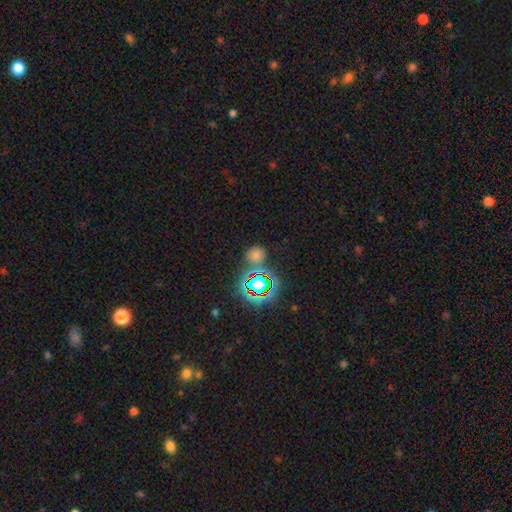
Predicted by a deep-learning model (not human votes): smooth-or-featured: smooth: 57% | star or artifact: 36% | featured or disk: 7%
  how-rounded: round: 82% | in between: 17% | cigar-shaped: 1%
  merging: none: 73% | minor disturbance: 11% | merger: 11% | major disturbance: 5%